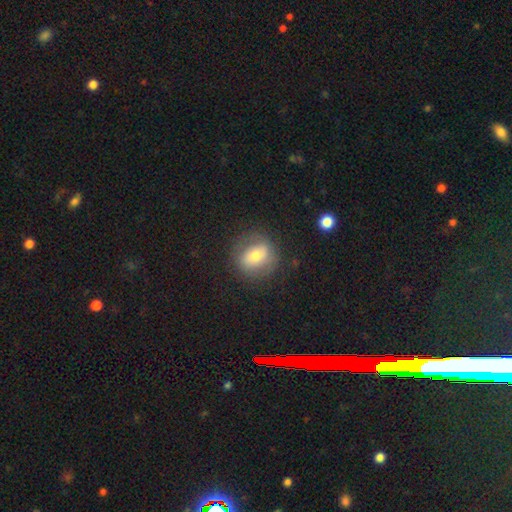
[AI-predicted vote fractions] Morphology: type=smooth (60%); roundness=round (61%); merging=none (76%).